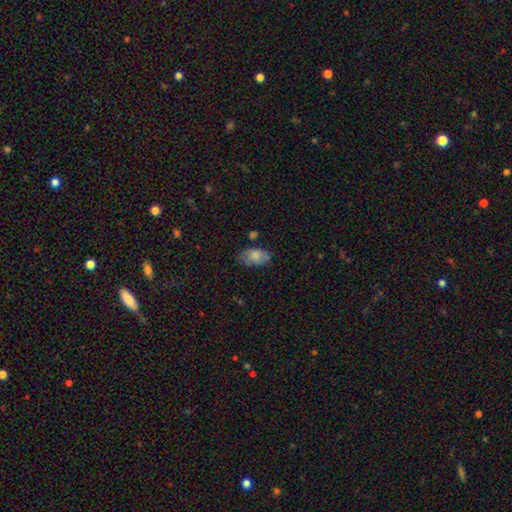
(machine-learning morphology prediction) A smooth galaxy with no disk features (78%) that is in between round and cigar-shaped (92%). Merging: none (62%).